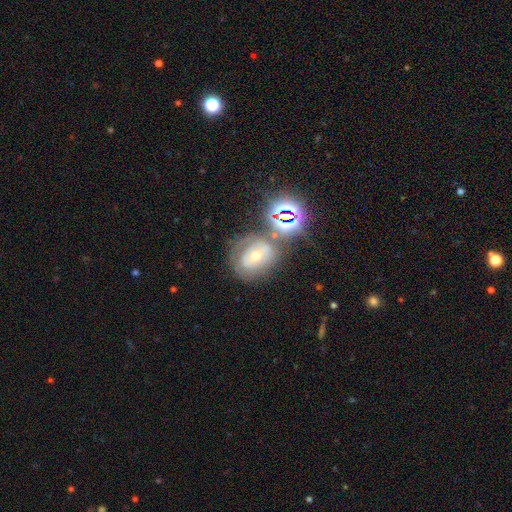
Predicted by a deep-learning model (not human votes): This is possibly a featured or disk galaxy (51%). It is clearly not viewed edge-on (95%). Merging: possibly none (57%).